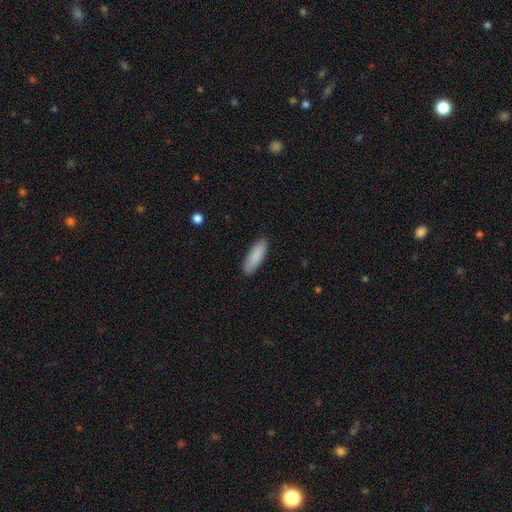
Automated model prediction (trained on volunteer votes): Overall: smooth (89%). How rounded: in between (56%; cigar-shaped 42%). Merging: none (89%).